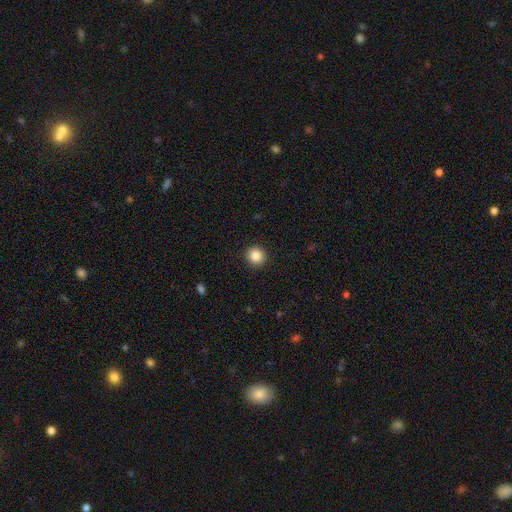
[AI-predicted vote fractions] Smooth or featured: smooth — 86% (star or artifact — 10%)
How rounded: round — 93% (in between — 6%)
Merging: none — 93% (minor disturbance — 5%)